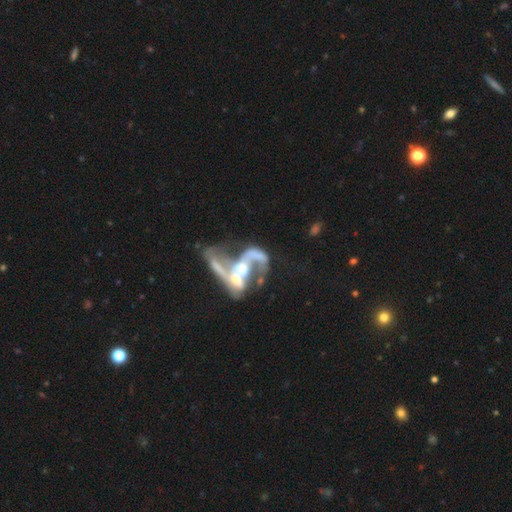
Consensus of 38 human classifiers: Smooth or featured?
  - featured or disk: 71% *
  - smooth: 21%
  - star or artifact: 8%
Edge-on disk?
  - no: 100% *
  - yes: 0%
Bar?
  - no: 81% *
  - strong: 11%
  - weak: 7%
Spiral arms?
  - yes: 59% *
  - no: 41%
Spiral winding?
  - loose: 75% *
  - medium: 25%
  - tight: 0%
Spiral arm count?
  - 2: 44% *
  - 1: 31%
  - can't tell: 25%
  - 3: 0%
  - 4: 0%
  - more than 4: 0%
Bulge size?
  - moderate: 56% *
  - large: 30%
  - small: 7%
  - none: 7%
  - dominant: 0%
Merging?
  - merger: 74% *
  - major disturbance: 20%
  - none: 3%
  - minor disturbance: 3%